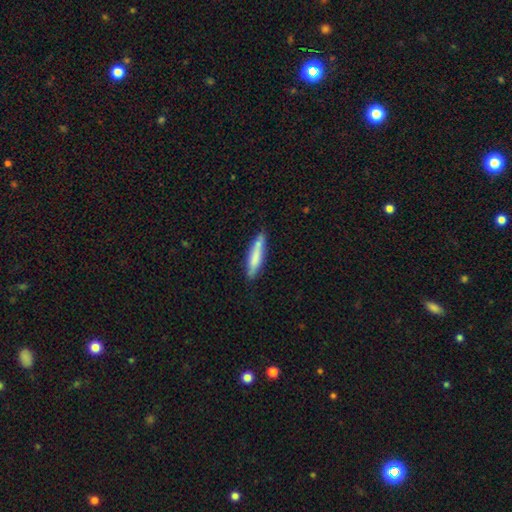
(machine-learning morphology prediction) Smooth or featured? smooth (72%)
How rounded? cigar-shaped (85%)
Merging? none (77%)